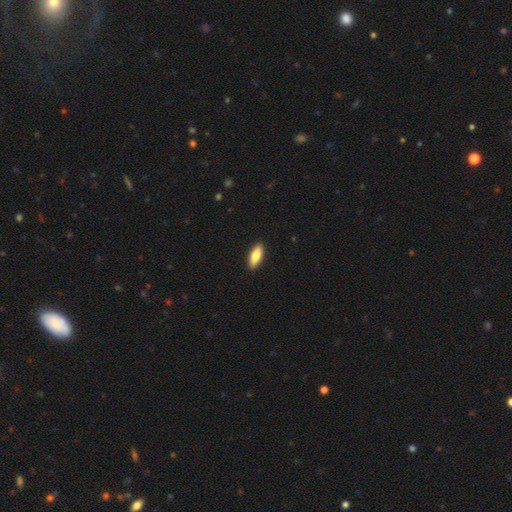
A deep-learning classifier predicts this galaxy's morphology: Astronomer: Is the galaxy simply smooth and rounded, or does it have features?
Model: smooth — 81%.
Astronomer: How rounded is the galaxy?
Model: in between — 74%.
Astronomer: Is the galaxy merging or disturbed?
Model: none — 91%.